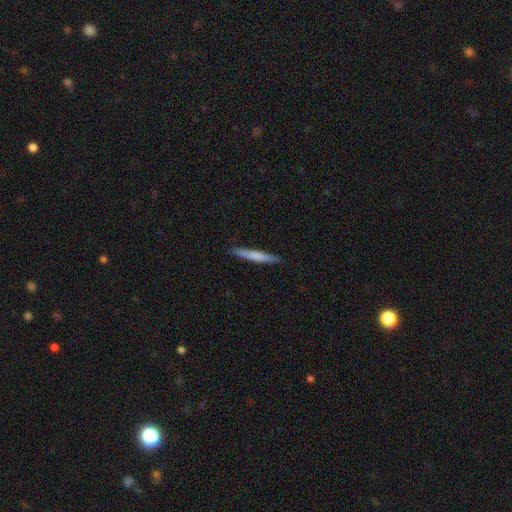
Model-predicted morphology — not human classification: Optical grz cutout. It shows a smooth galaxy with no disk features (66%) that is cigar-shaped (95%). Merging: none (90%).